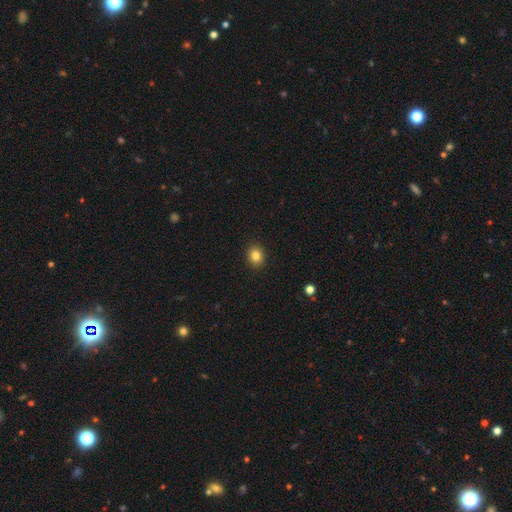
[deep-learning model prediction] A smooth galaxy with no disk features (84%) that is round (66%).

Vote fractions:
- Smooth or featured? smooth: 84% / star or artifact: 11% / featured or disk: 6%
- How rounded? round: 66% / in between: 33% / cigar-shaped: 1%
- Merging? none: 91% / minor disturbance: 6% / major disturbance: 2% / merger: 1%